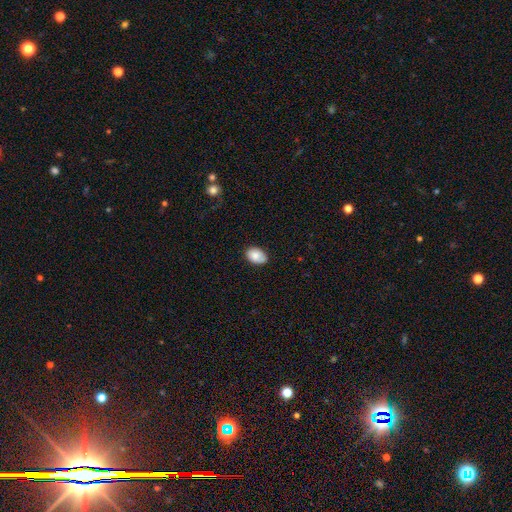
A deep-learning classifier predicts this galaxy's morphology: Smooth or featured? Predicted: smooth (p=0.82). How rounded? Predicted: in between (p=0.85). Merging? Predicted: none (p=0.71).